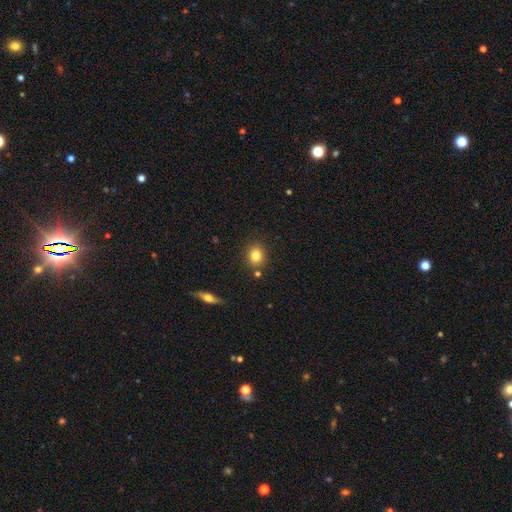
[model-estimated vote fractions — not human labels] Overall: smooth (81%). How rounded: round (67%; in between 32%). Merging: none (82%).